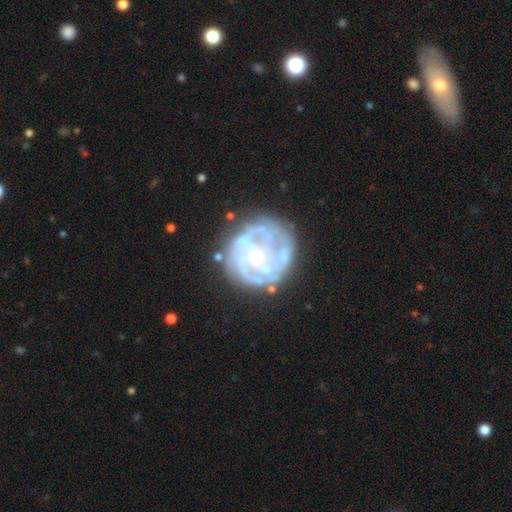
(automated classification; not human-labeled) Morphology: type=featured or disk (83%); edge-on=no (98%); bar=no (67%); spiral arms=yes (83%); winding=tight (60%); arm count=can't tell (37%); bulge=small (66%); merging=none (68%).